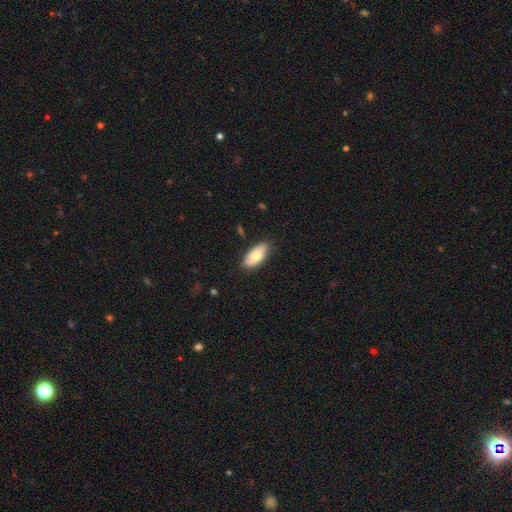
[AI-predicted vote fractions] Q: Smooth or featured?
A: smooth (77%); runner-up: featured or disk (17%)
Q: How rounded?
A: in between (88%); runner-up: cigar-shaped (10%)
Q: Merging?
A: none (83%); runner-up: minor disturbance (13%)